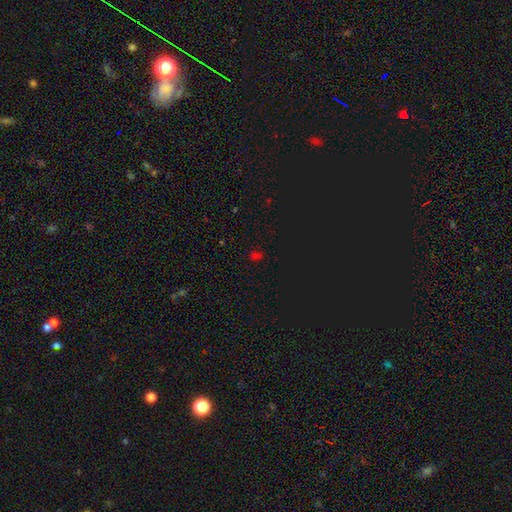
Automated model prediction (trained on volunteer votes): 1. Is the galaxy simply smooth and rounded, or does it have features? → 57% star or artifact, 37% smooth, 5% featured or disk.